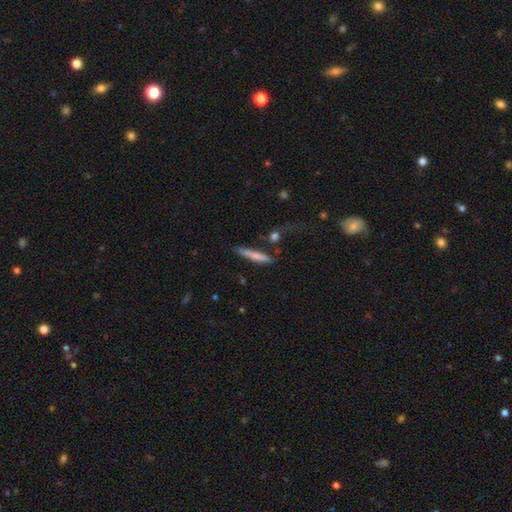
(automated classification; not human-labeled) Smooth or featured? Predicted: smooth (p=0.66). How rounded? Predicted: cigar-shaped (p=0.92). Merging? Predicted: none (p=0.71).